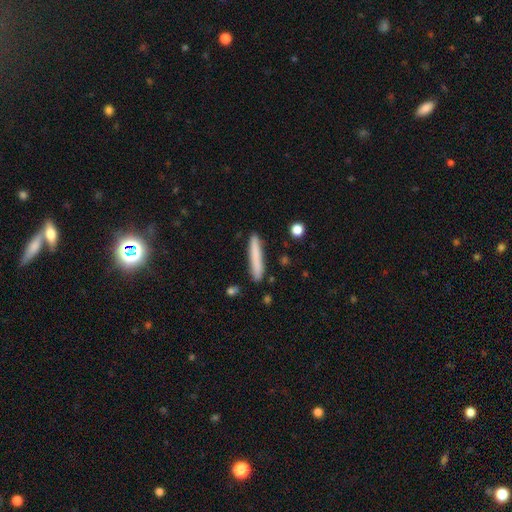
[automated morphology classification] This is likely a smooth galaxy (76%). How rounded: clearly cigar-shaped (95%). Merging: clearly none (88%).